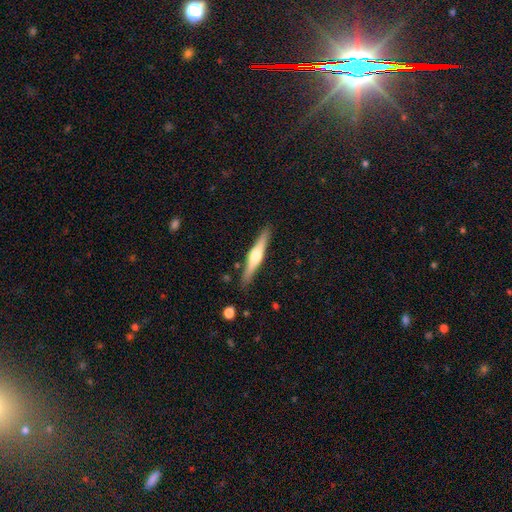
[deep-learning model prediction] Overall: featured or disk (68%). Edge-on disk: yes (98%). Edge-on bulge: rounded (90%). Merging: none (88%).